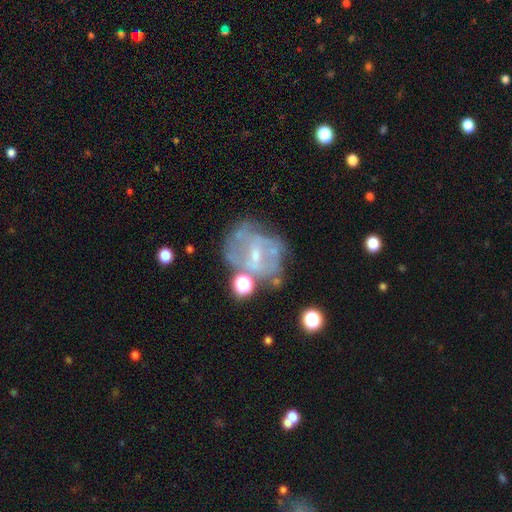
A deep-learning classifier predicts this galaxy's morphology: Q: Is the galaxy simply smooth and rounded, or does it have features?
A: featured or disk — 65%.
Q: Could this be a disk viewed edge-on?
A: no — 97%.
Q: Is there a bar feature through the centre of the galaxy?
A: weak — 45%.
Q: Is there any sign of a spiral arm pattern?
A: no — 52%.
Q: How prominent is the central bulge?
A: small — 61%.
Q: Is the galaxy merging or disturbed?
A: none — 46%.